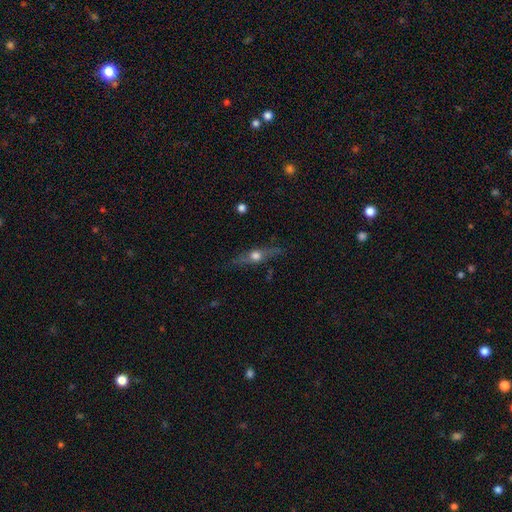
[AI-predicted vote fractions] This appears to be a featured or disk galaxy (57%) viewed edge-on (87%). Merging: none (78%).